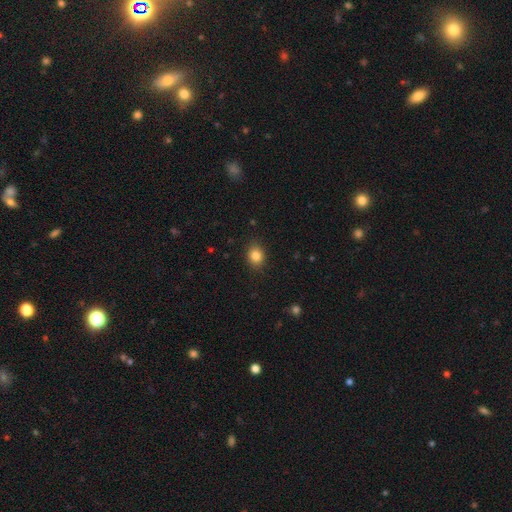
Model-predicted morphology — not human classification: This is clearly a smooth galaxy (85%). How rounded: possibly round (57%). Merging: clearly none (87%).